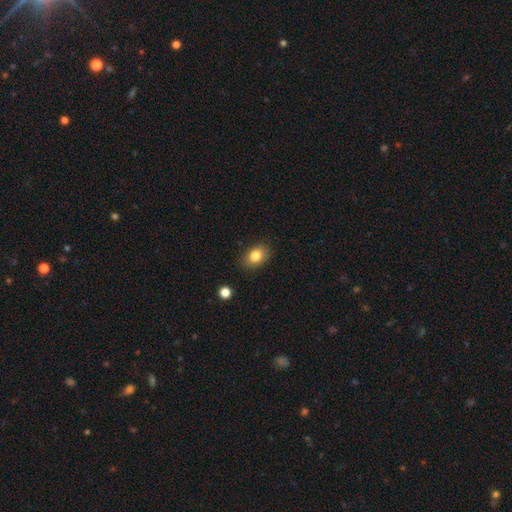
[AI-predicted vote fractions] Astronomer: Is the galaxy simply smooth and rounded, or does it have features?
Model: smooth — 83%.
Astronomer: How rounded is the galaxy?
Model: in between — 80%.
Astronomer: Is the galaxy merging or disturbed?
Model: none — 83%.